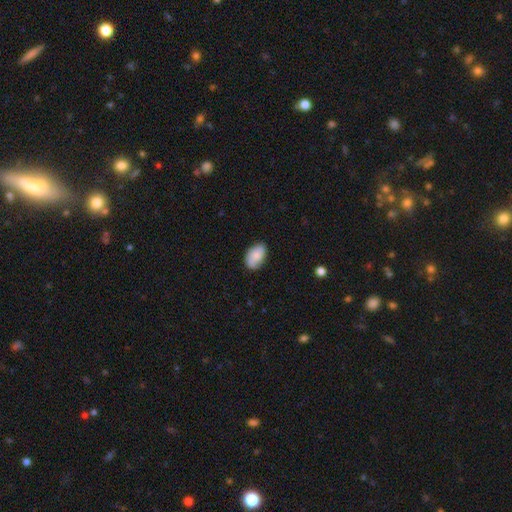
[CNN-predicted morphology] Smooth or featured?
  - smooth: 75% *
  - featured or disk: 18%
  - star or artifact: 7%
How rounded?
  - in between: 91% *
  - round: 8%
  - cigar-shaped: 1%
Merging?
  - none: 74% *
  - minor disturbance: 20%
  - major disturbance: 4%
  - merger: 2%